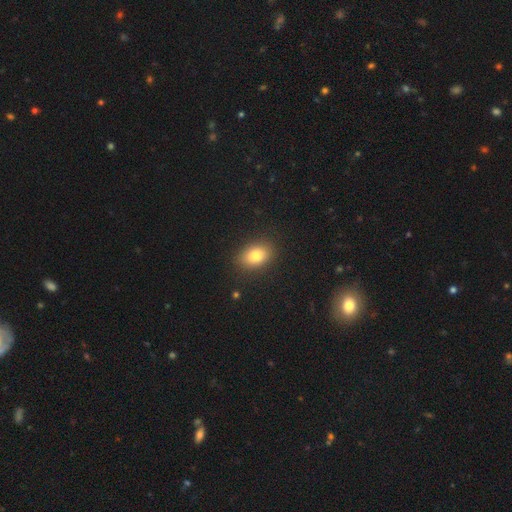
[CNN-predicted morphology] A smooth galaxy with no disk features (82%) that is in between round and cigar-shaped (80%). Merging: none (87%).